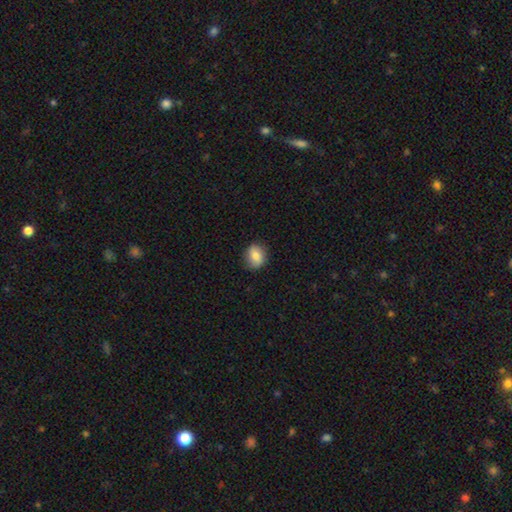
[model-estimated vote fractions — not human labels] A smooth galaxy with no disk features (79%) that is round (55%).

Vote fractions:
- Smooth or featured? smooth: 79% / featured or disk: 13% / star or artifact: 8%
- How rounded? round: 55% / in between: 43% / cigar-shaped: 1%
- Merging? none: 84% / minor disturbance: 12% / major disturbance: 3% / merger: 1%